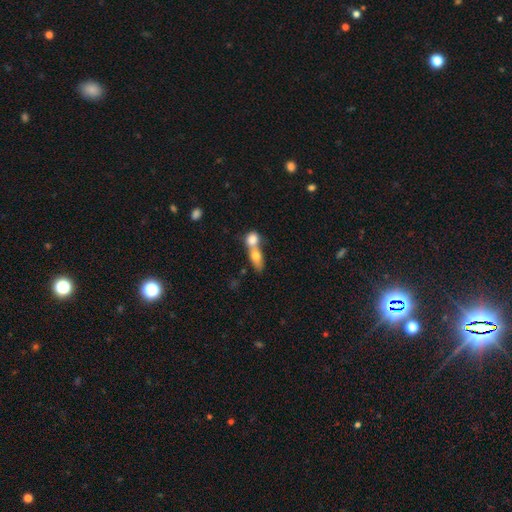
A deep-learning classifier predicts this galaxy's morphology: smooth 72%, featured or disk 20%, star or artifact 8%. Down the decision tree: how rounded — in between (60%); merging — merger (74%).